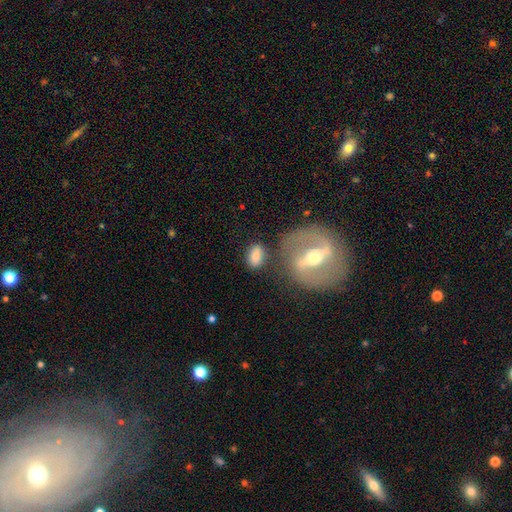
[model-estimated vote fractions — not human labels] Smooth or featured?
  - smooth: 71% *
  - featured or disk: 21%
  - star or artifact: 8%
How rounded?
  - in between: 85% *
  - round: 11%
  - cigar-shaped: 4%
Merging?
  - none: 67% *
  - minor disturbance: 14%
  - merger: 12%
  - major disturbance: 6%